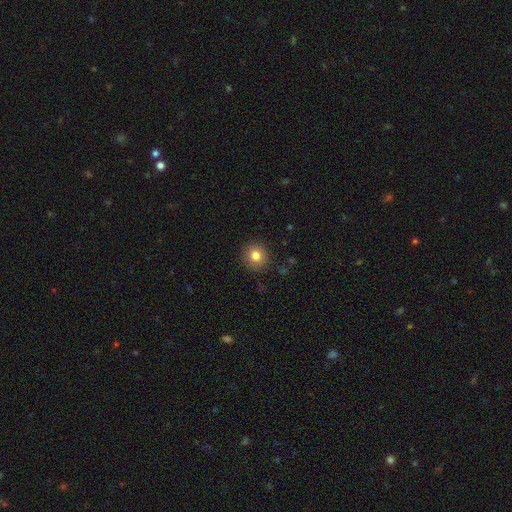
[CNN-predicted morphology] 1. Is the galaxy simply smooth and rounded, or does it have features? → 82% smooth, 11% star or artifact, 7% featured or disk.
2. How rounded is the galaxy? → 91% round, 8% in between, 1% cigar-shaped.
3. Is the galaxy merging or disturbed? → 90% none, 6% minor disturbance, 2% major disturbance, 1% merger.